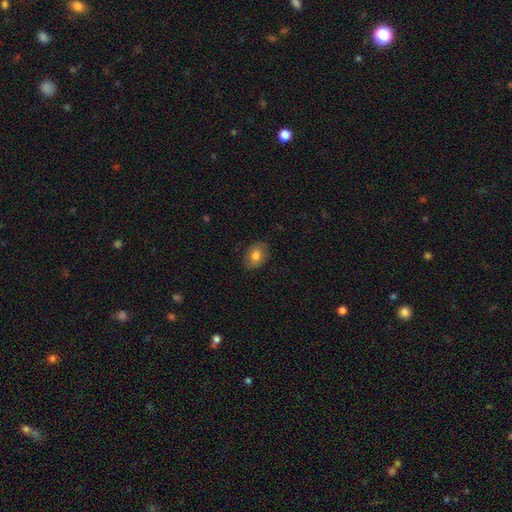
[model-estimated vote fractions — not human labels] A smooth galaxy with no disk features (78%) that is in between round and cigar-shaped (67%). Merging: none (85%).